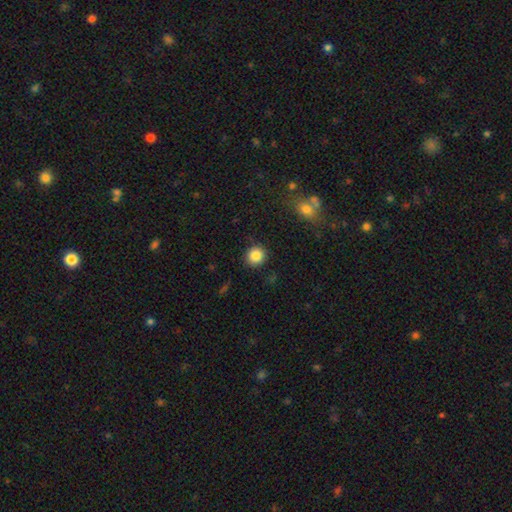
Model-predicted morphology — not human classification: A smooth galaxy with no disk features (85%) that is round (90%).

Vote fractions:
- Smooth or featured? smooth: 85% / star or artifact: 10% / featured or disk: 5%
- How rounded? round: 90% / in between: 9% / cigar-shaped: 1%
- Merging? none: 89% / minor disturbance: 8% / major disturbance: 2% / merger: 2%